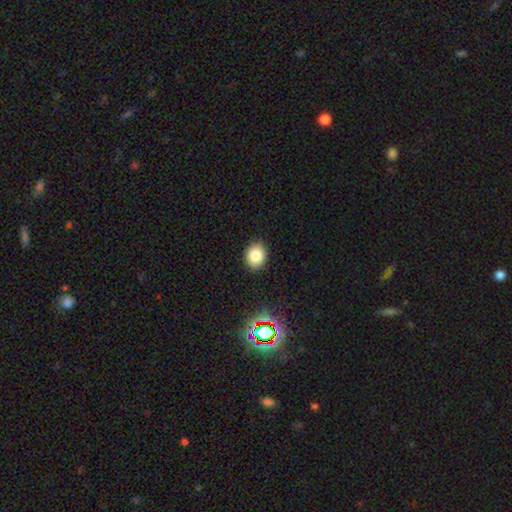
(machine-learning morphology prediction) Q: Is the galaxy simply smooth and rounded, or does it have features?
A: smooth — 82%.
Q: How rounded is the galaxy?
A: in between — 51%.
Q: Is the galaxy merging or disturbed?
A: none — 90%.